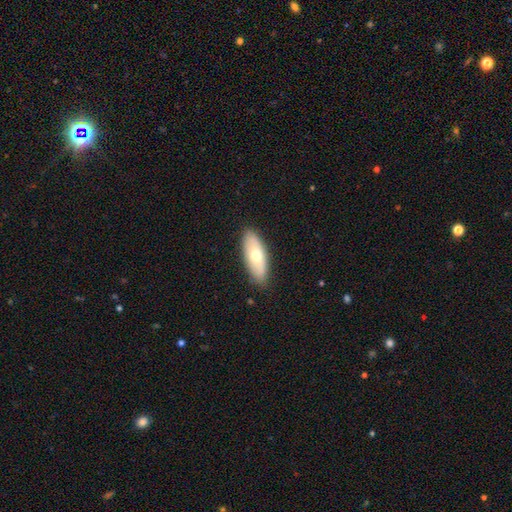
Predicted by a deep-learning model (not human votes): Smooth or featured?
  - smooth: 64% *
  - featured or disk: 30%
  - star or artifact: 6%
How rounded?
  - in between: 76% *
  - cigar-shaped: 21%
  - round: 3%
Merging?
  - none: 86% *
  - minor disturbance: 11%
  - major disturbance: 2%
  - merger: 1%